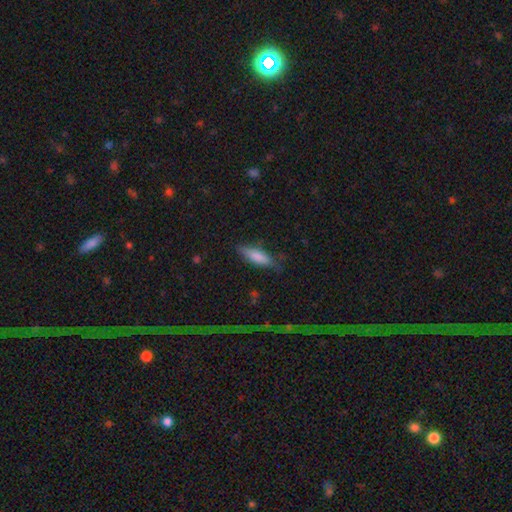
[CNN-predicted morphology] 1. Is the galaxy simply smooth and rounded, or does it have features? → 80% smooth, 14% featured or disk, 6% star or artifact.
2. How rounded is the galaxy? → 51% cigar-shaped, 47% in between, 2% round.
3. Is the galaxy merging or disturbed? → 74% none, 20% minor disturbance, 5% major disturbance, 2% merger.